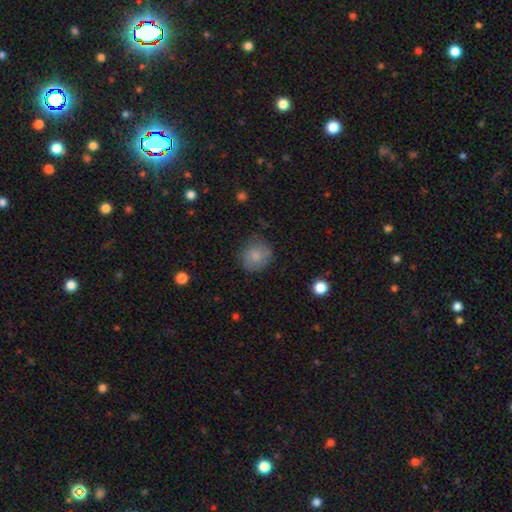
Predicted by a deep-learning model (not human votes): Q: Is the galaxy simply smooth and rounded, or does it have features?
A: smooth — 81%.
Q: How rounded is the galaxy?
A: round — 84%.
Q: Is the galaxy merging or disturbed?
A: none — 71%.